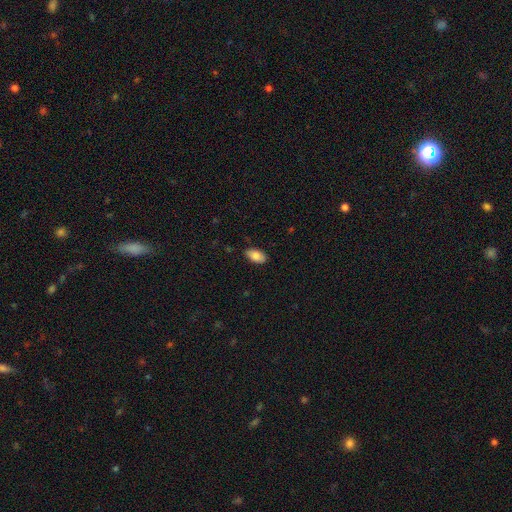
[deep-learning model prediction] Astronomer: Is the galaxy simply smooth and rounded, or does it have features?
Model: smooth — 83%.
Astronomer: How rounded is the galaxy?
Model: in between — 94%.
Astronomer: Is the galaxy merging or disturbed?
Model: none — 85%.